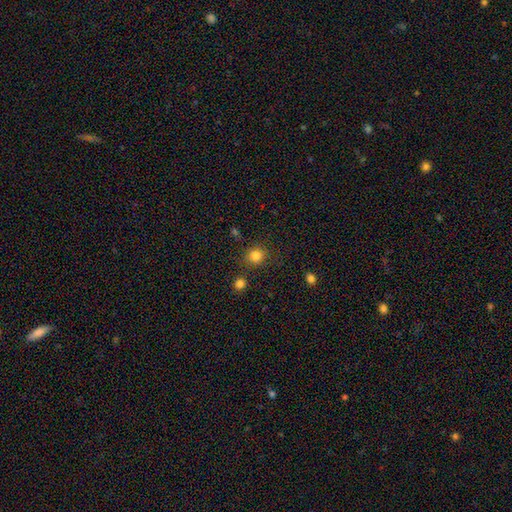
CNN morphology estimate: Smooth or featured? smooth (83%)
How rounded? round (86%)
Merging? none (83%)